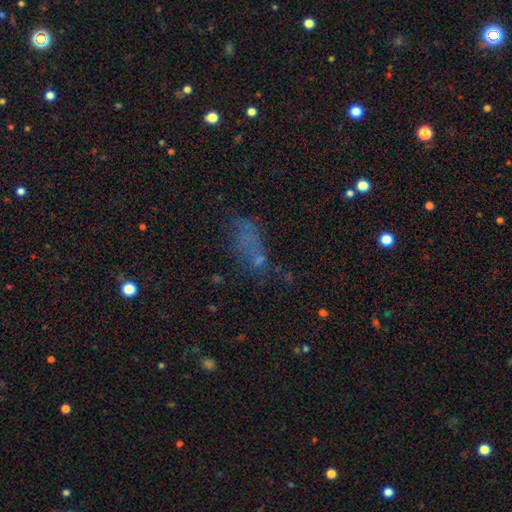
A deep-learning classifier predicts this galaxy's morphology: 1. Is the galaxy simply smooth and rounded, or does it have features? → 47% smooth, 26% featured or disk, 26% star or artifact.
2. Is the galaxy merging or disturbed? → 38% none, 30% major disturbance, 19% minor disturbance, 13% merger.